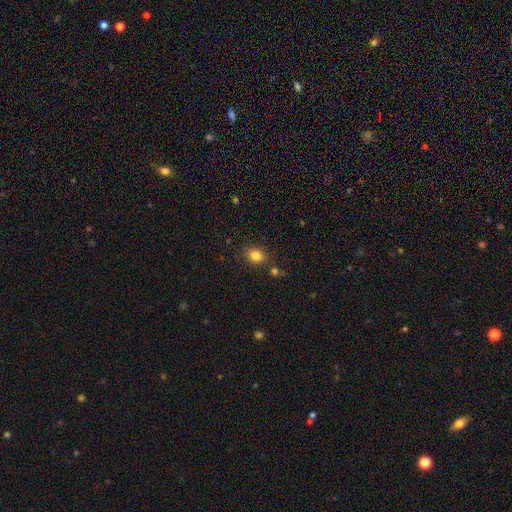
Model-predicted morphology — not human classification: Smooth or featured? smooth (82%)
How rounded? round (63%)
Merging? none (80%)